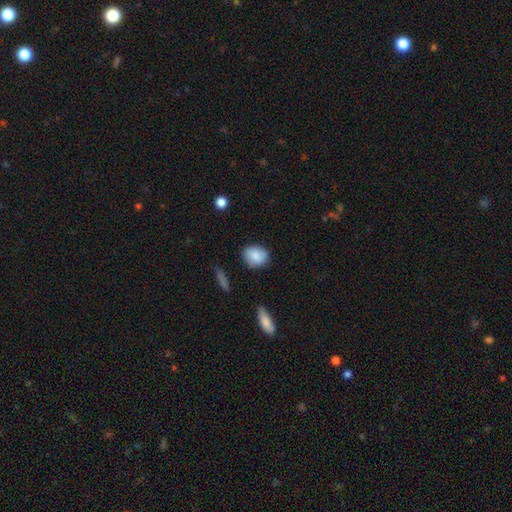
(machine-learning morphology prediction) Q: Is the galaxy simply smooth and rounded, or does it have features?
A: smooth — 86%.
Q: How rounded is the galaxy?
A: round — 53%.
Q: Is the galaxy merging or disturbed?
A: none — 82%.